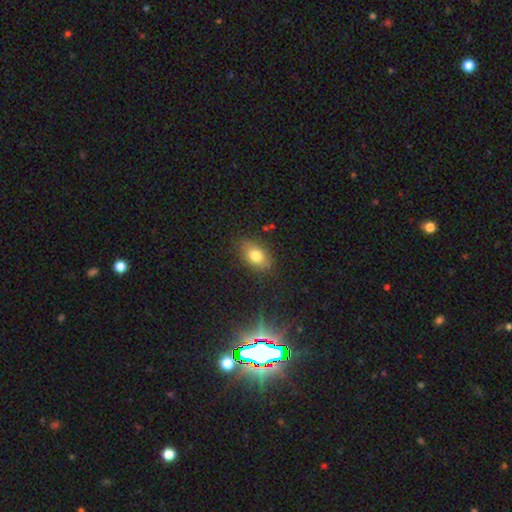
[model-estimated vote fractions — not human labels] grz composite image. It shows a smooth galaxy with no disk features (77%) that is in between round and cigar-shaped (85%). Merging: none (80%).